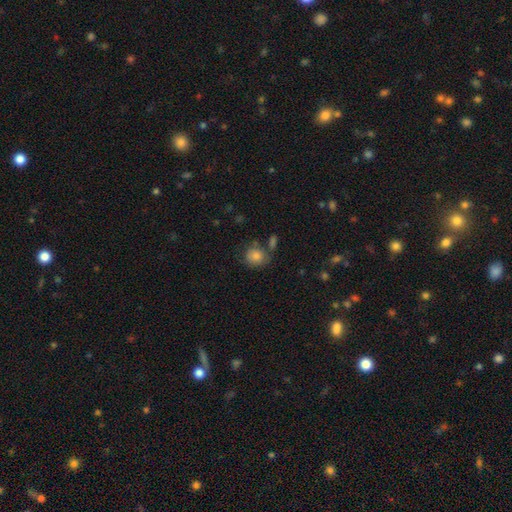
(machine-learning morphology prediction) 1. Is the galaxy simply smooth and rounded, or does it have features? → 81% smooth, 10% featured or disk, 9% star or artifact.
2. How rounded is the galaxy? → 74% round, 25% in between, 1% cigar-shaped.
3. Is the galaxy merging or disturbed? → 61% none, 19% minor disturbance, 13% merger, 7% major disturbance.